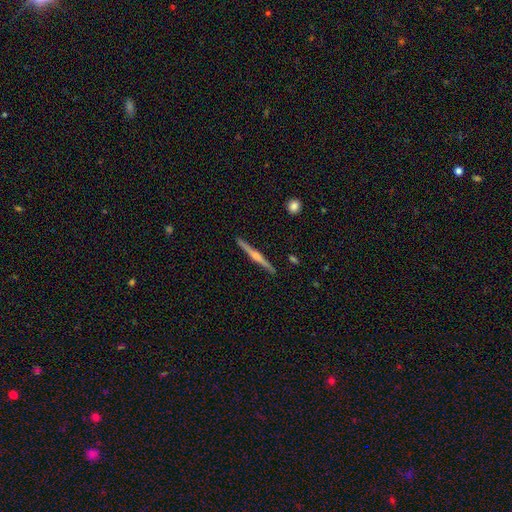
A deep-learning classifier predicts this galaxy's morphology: Smooth or featured: featured or disk — 77% (smooth — 17%)
Edge-on disk: yes — 99% (no — 1%)
Edge-on bulge: rounded — 81% (boxy — 10%)
Merging: none — 92% (minor disturbance — 6%)